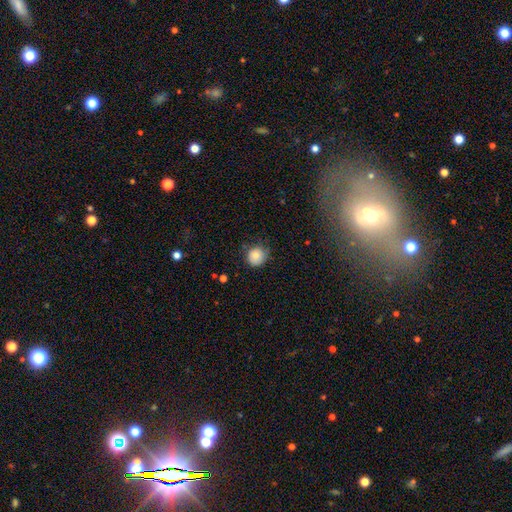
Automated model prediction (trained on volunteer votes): Smooth or featured? smooth (81%)
How rounded? round (88%)
Merging? none (70%)